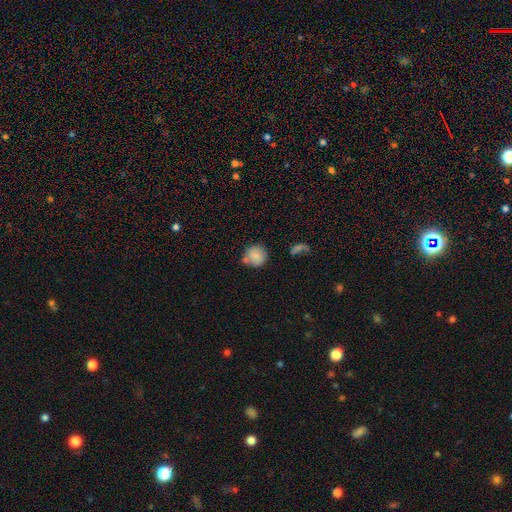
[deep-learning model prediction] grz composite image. It shows a smooth galaxy with no disk features (80%) that is round (88%). Merging: none (60%).